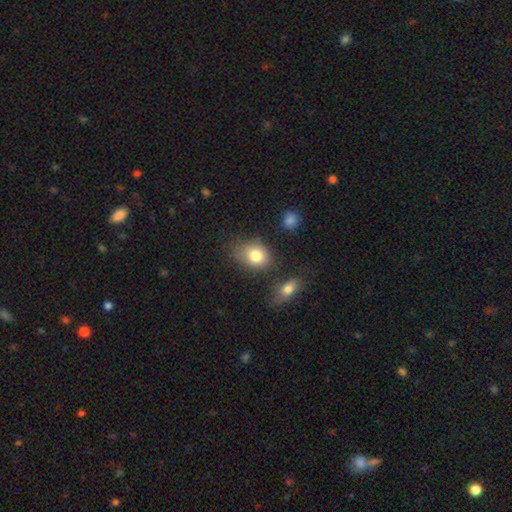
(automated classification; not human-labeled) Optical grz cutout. It shows a smooth galaxy with no disk features (81%) that is in between round and cigar-shaped (62%). Merging: none (64%).